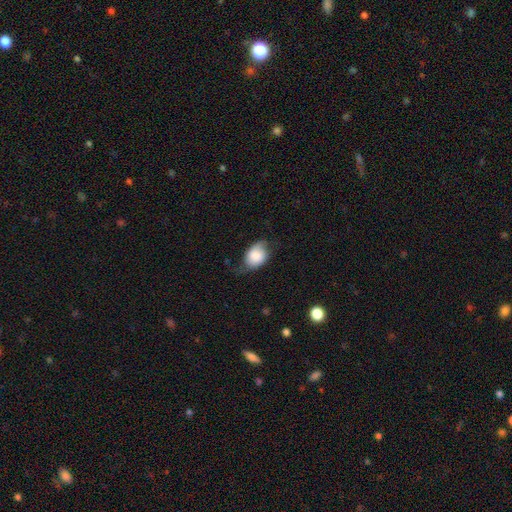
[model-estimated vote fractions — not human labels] Smooth or featured?
  - smooth: 69% *
  - featured or disk: 23%
  - star or artifact: 8%
How rounded?
  - in between: 69% *
  - round: 30%
  - cigar-shaped: 1%
Merging?
  - none: 43% *
  - minor disturbance: 38%
  - major disturbance: 17%
  - merger: 2%